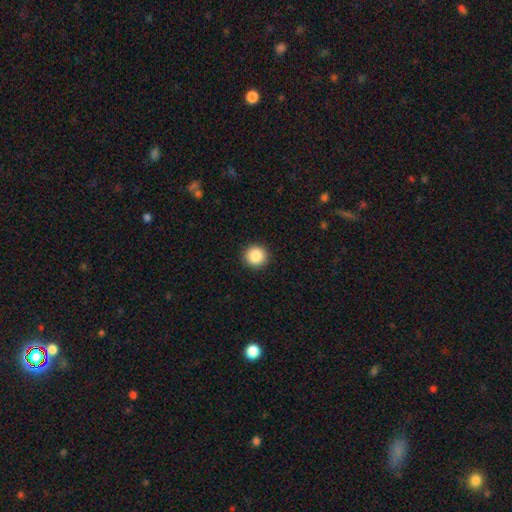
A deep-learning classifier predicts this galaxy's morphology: smooth-or-featured: smooth: 87% | star or artifact: 9% | featured or disk: 4%
  how-rounded: round: 95% | in between: 4% | cigar-shaped: 1%
  merging: none: 93% | minor disturbance: 4% | major disturbance: 2% | merger: 1%